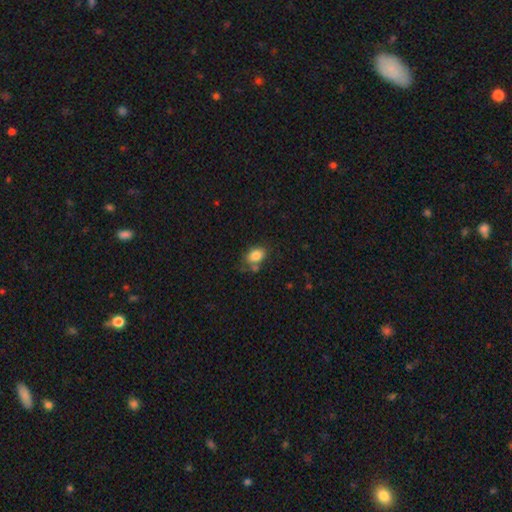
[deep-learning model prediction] This is clearly a smooth galaxy (83%). How rounded: likely in between (78%). Merging: likely none (60%).